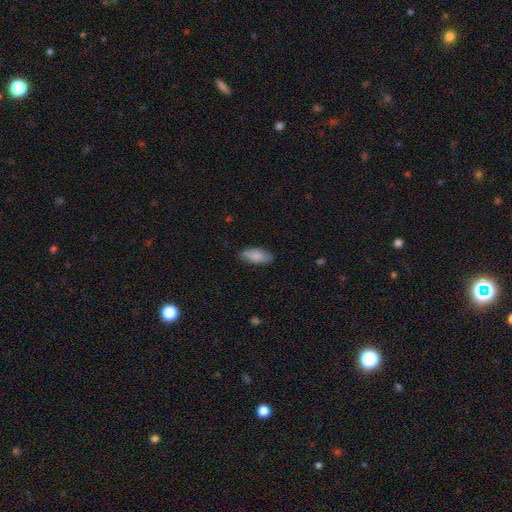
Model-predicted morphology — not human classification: Smooth or featured: smooth — 83% (featured or disk — 10%)
How rounded: in between — 86% (cigar-shaped — 12%)
Merging: none — 83% (minor disturbance — 14%)